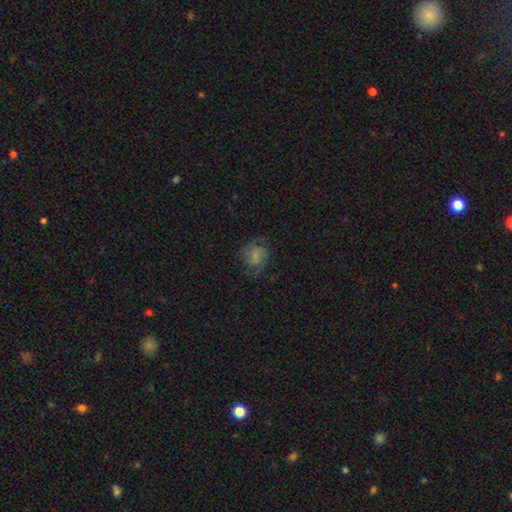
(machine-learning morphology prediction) The model was most divided on "smooth or featured": smooth: 51%, featured or disk: 38%, star or artifact: 11%. More confident: how rounded — round (69%); merging — none (63%).